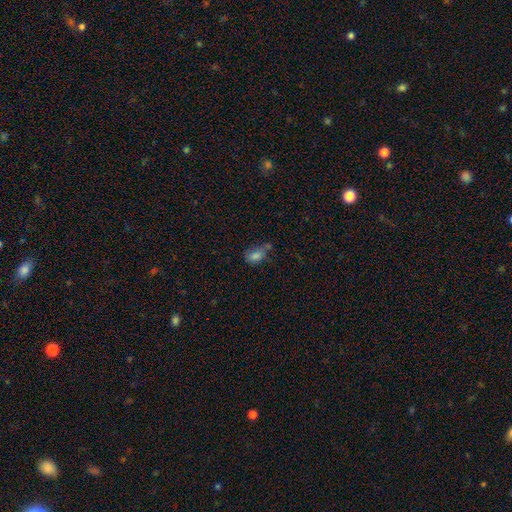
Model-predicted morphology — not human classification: The model was most divided on "merging": none: 38%, minor disturbance: 26%, merger: 22%, major disturbance: 14%. More confident: how rounded — in between (82%); smooth or featured — smooth (74%).